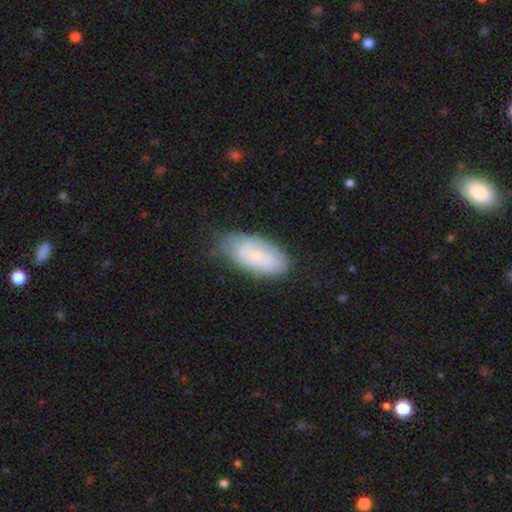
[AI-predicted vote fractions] This appears to be a smooth galaxy with no disk features (62%) that is in between round and cigar-shaped (92%). Merging: none (61%).